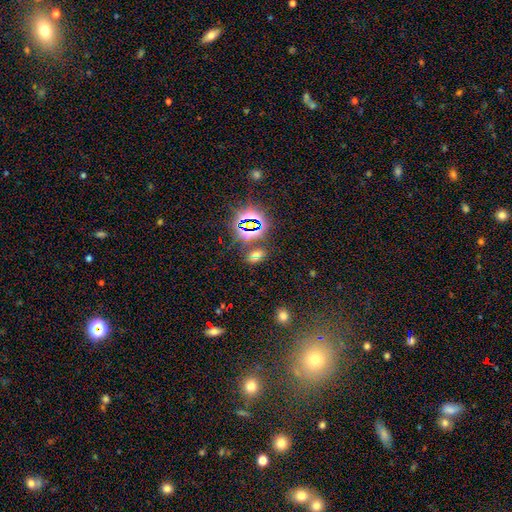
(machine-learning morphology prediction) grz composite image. It shows a star or artifact, not a galaxy (46%).